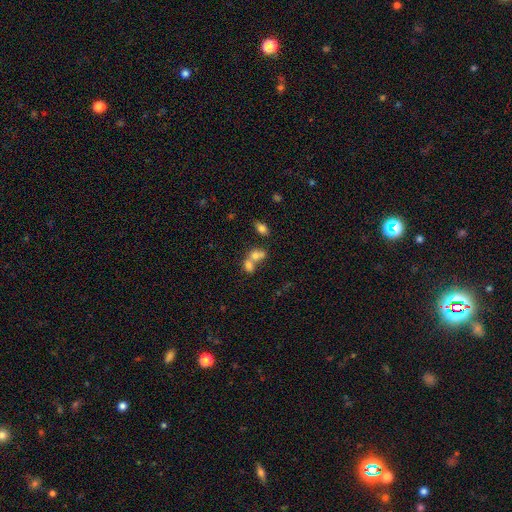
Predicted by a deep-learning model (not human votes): The model was most divided on "how rounded": in between: 69%, round: 29%, cigar-shaped: 2%. More confident: smooth or featured — smooth (71%); merging — merger (67%).